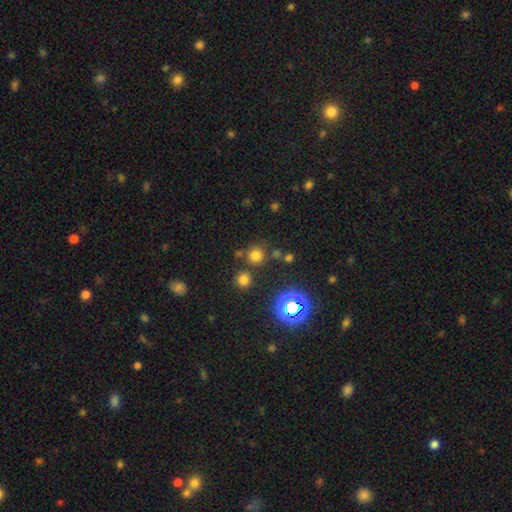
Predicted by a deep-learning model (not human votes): Smooth or featured? smooth (69%)
How rounded? round (92%)
Merging? none (75%)